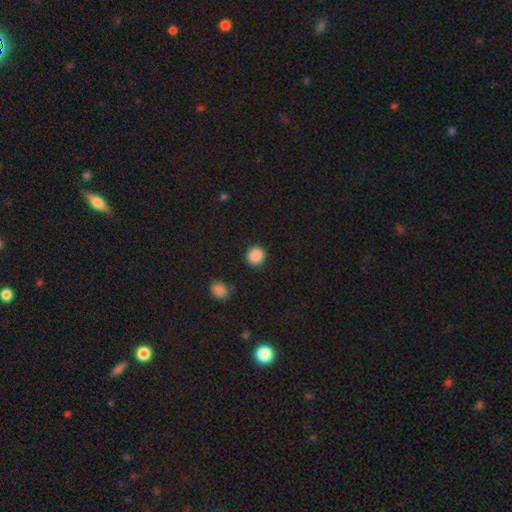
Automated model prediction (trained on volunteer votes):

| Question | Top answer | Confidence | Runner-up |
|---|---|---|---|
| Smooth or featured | smooth | 88% | star or artifact (9%) |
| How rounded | round | 87% | in between (12%) |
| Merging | none | 89% | minor disturbance (7%) |